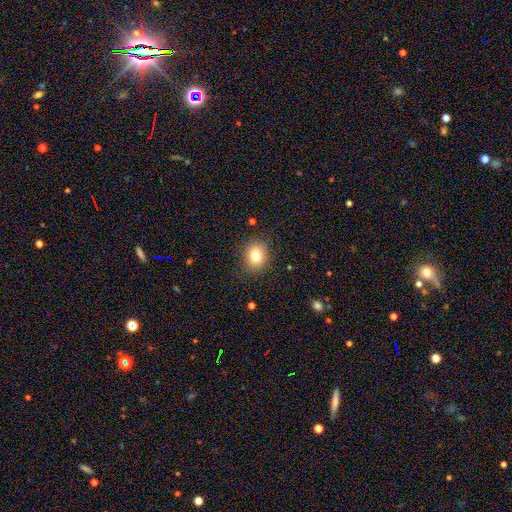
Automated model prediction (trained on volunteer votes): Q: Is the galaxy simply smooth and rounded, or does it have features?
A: smooth — 79%.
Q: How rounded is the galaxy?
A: round — 62%.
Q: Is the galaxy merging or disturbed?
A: none — 84%.